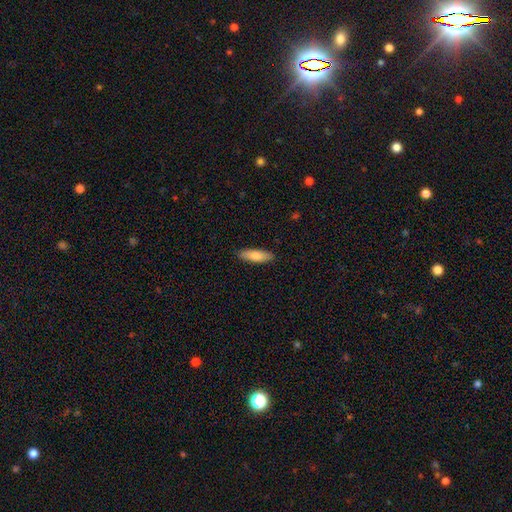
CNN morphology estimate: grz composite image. It shows a smooth galaxy with no disk features (81%) that is cigar-shaped (51%). Merging: none (89%).